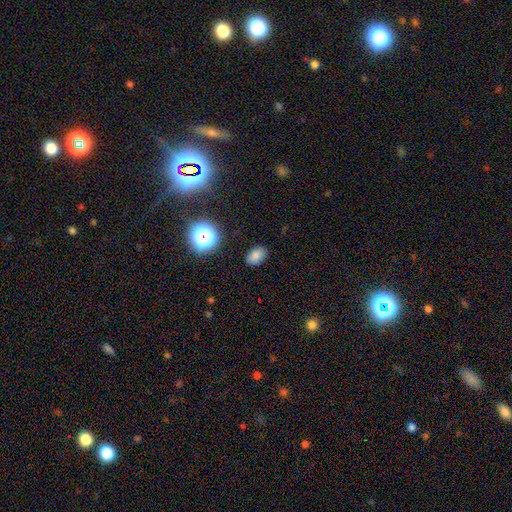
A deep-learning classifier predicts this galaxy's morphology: This appears to be a smooth galaxy with no disk features (80%) that is in between round and cigar-shaped (81%). Merging: none (85%).